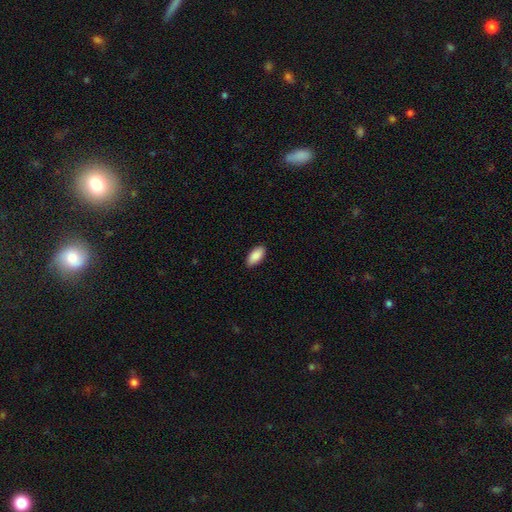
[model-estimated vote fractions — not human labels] Smooth or featured? smooth (90%)
How rounded? in between (93%)
Merging? none (88%)